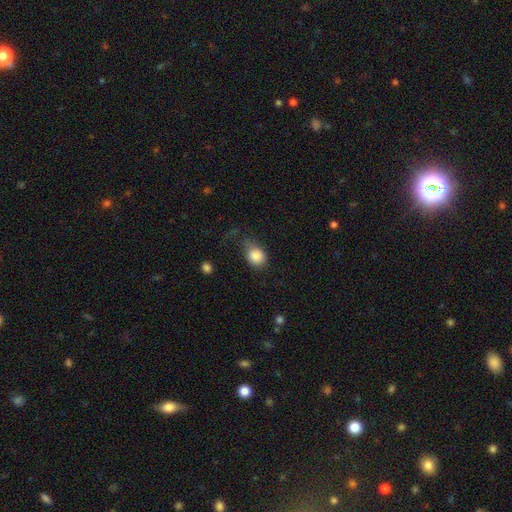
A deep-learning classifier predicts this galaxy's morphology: Smooth or featured: smooth — 85% (star or artifact — 9%)
How rounded: round — 64% (in between — 35%)
Merging: none — 47% (minor disturbance — 32%)